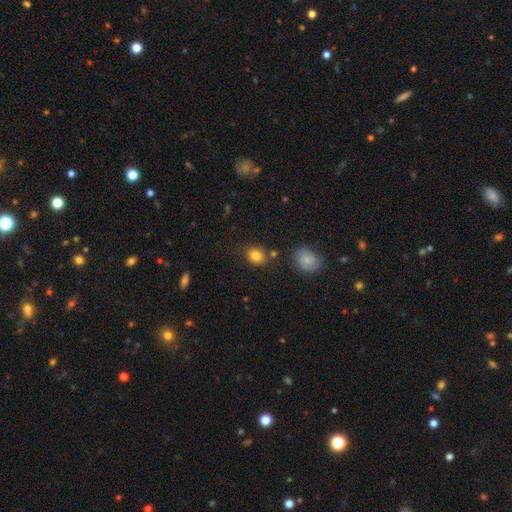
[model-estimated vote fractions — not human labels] smooth_or_featured: smooth (p=0.83) [alt: star or artifact p=0.10]
how_rounded: round (p=0.56) [alt: in between p=0.43]
merging: none (p=0.75) [alt: minor disturbance p=0.14]